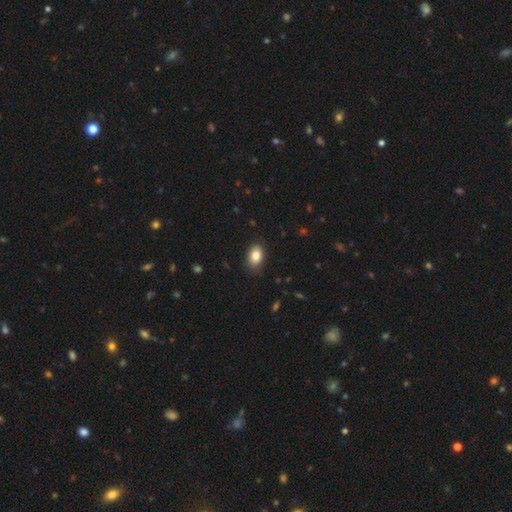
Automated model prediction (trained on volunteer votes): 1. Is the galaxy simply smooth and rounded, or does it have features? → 85% smooth, 8% star or artifact, 7% featured or disk.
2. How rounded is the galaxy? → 84% in between, 15% round, 1% cigar-shaped.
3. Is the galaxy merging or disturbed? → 86% none, 11% minor disturbance, 2% major disturbance, 1% merger.